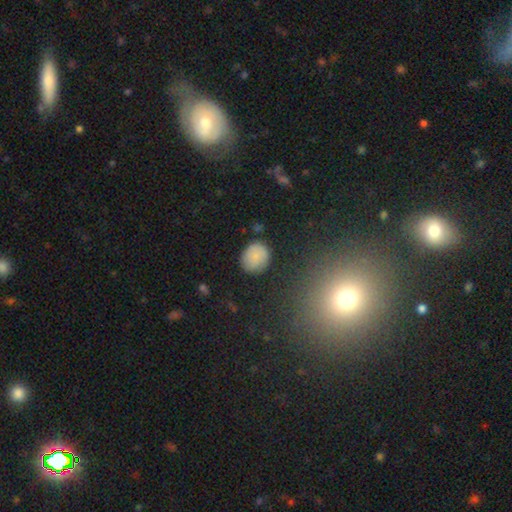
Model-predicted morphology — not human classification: smooth-or-featured: smooth: 80% | featured or disk: 11% | star or artifact: 9%
  how-rounded: round: 69% | in between: 30% | cigar-shaped: 1%
  merging: none: 78% | minor disturbance: 16% | major disturbance: 4% | merger: 2%